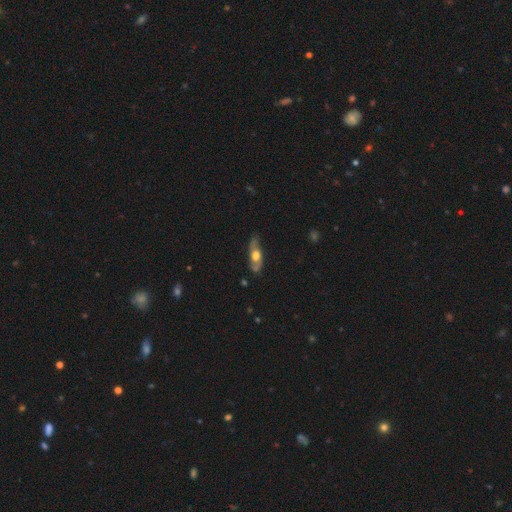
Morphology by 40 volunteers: A featured or disk galaxy (57%) with no bar (79%), 2 (83%) medium (58%) spiral arms (86%) and a large central bulge (50%, tied with moderate). Merging: none (79%).